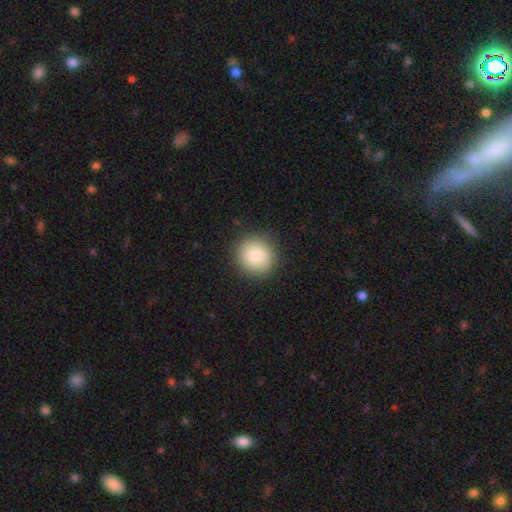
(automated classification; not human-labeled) A smooth galaxy with no disk features (84%) that is round (89%). Merging: none (89%).